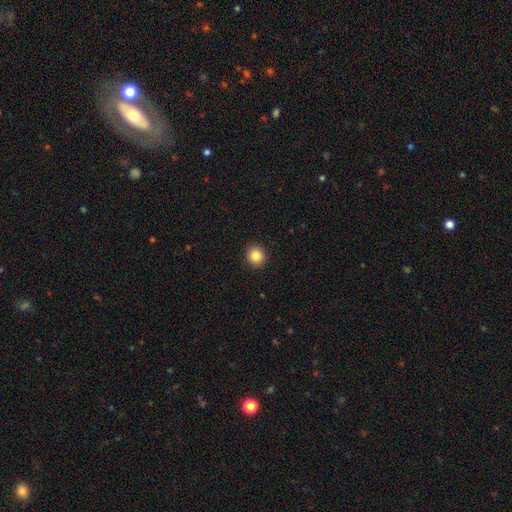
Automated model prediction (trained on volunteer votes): A smooth galaxy with no disk features (84%) that is round (88%).

Vote fractions:
- Smooth or featured? smooth: 84% / star or artifact: 10% / featured or disk: 6%
- How rounded? round: 88% / in between: 11% / cigar-shaped: 1%
- Merging? none: 92% / minor disturbance: 5% / major disturbance: 2% / merger: 1%